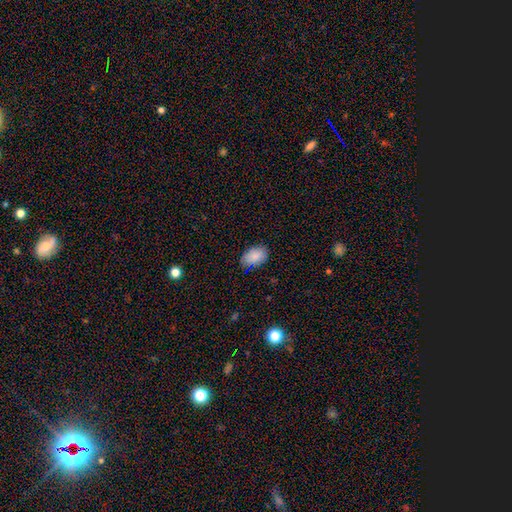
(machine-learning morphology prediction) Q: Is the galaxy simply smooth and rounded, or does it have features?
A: smooth — 85%.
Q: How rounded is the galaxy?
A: in between — 88%.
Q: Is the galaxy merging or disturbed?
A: none — 80%.